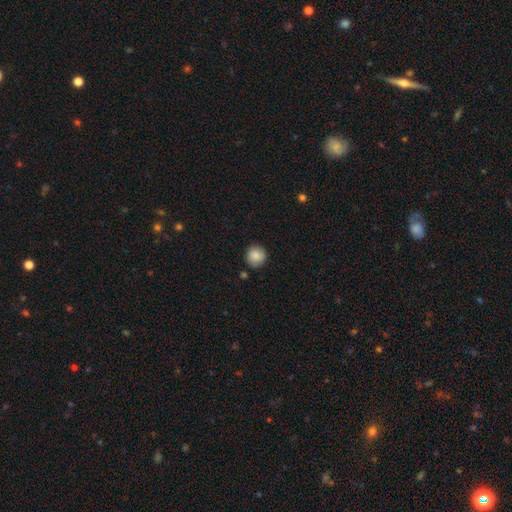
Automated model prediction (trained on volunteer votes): Smooth or featured?
  - smooth: 84% *
  - featured or disk: 8%
  - star or artifact: 8%
How rounded?
  - round: 93% *
  - in between: 6%
  - cigar-shaped: 1%
Merging?
  - none: 85% *
  - minor disturbance: 10%
  - merger: 2%
  - major disturbance: 2%